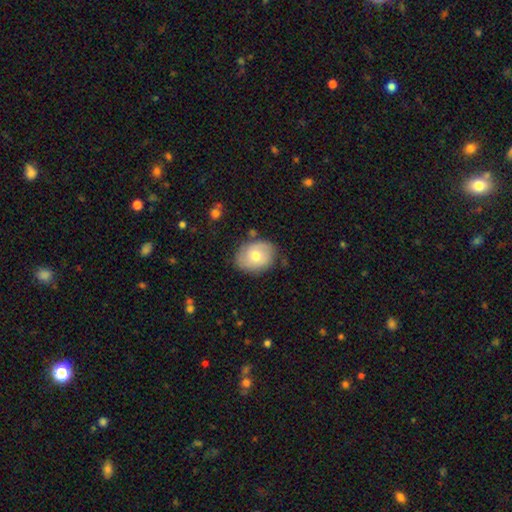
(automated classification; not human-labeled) A smooth galaxy with no disk features (64%) that is in between round and cigar-shaped (55%). Merging: none (78%).